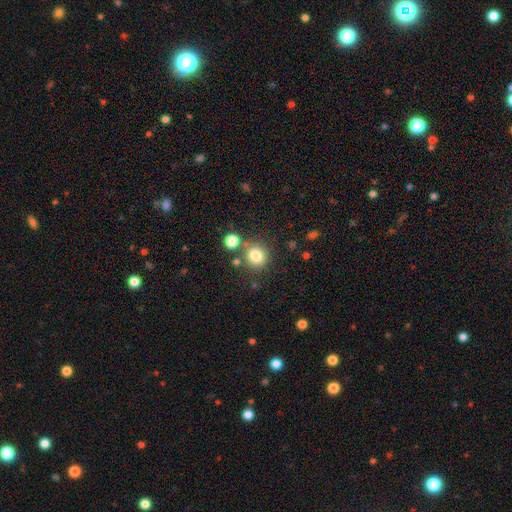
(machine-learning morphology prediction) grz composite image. It shows a smooth galaxy with no disk features (80%) that is round (86%). Merging: none (75%).